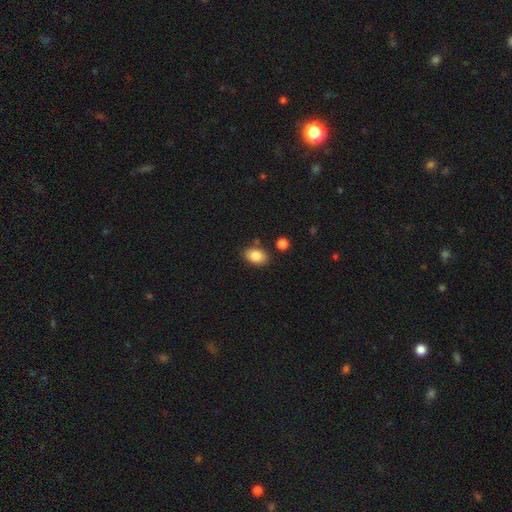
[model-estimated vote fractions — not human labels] Smooth or featured? Predicted: smooth (p=0.85). How rounded? Predicted: in between (p=0.83). Merging? Predicted: none (p=0.81).